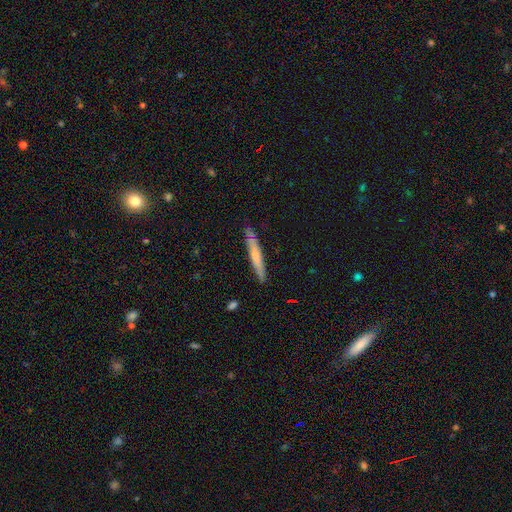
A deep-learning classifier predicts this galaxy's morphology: type=smooth (51%); roundness=cigar-shaped (95%); merging=none (85%).